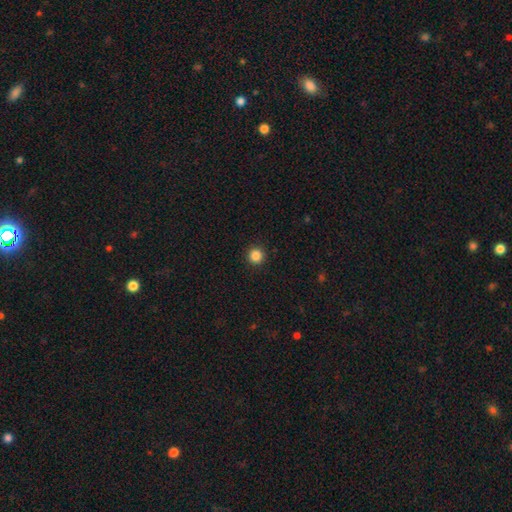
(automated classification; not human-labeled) Smooth or featured?
  - smooth: 85% *
  - star or artifact: 11%
  - featured or disk: 3%
How rounded?
  - round: 96% *
  - in between: 3%
  - cigar-shaped: 1%
Merging?
  - none: 93% *
  - minor disturbance: 4%
  - major disturbance: 2%
  - merger: 1%